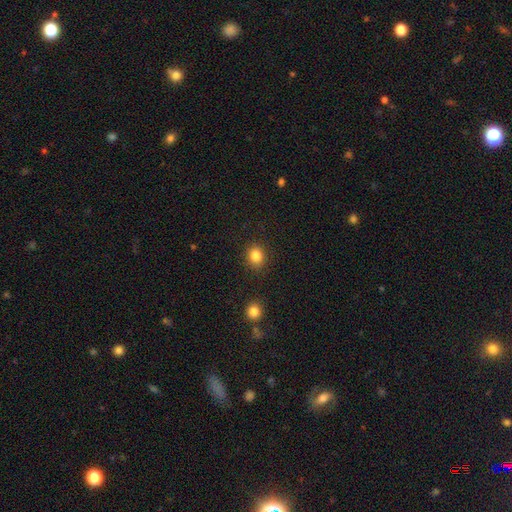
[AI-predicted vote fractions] This appears to be a smooth galaxy with no disk features (85%) that is round (68%). Merging: none (88%).